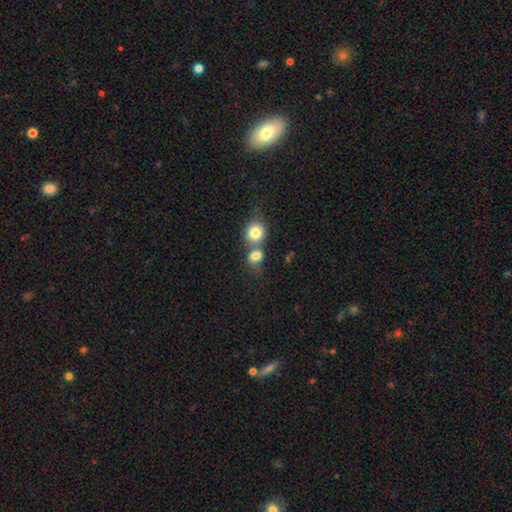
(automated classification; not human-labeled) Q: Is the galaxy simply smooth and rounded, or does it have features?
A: smooth — 81%.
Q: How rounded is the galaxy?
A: round — 64%.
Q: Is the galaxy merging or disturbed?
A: merger — 54%.